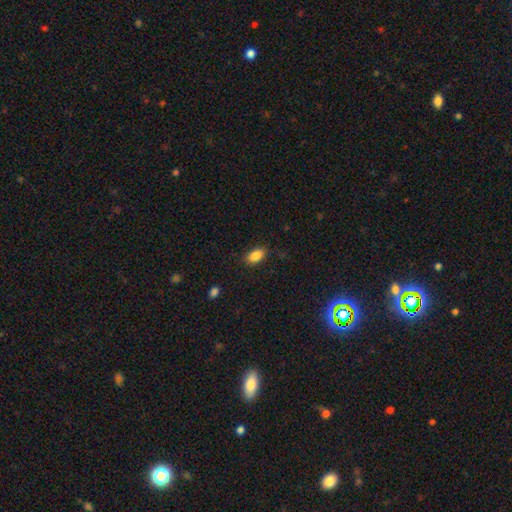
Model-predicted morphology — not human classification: The model was most divided on "merging": none: 81%, minor disturbance: 14%, major disturbance: 4%, merger: 1%. More confident: how rounded — in between (90%); smooth or featured — smooth (87%).